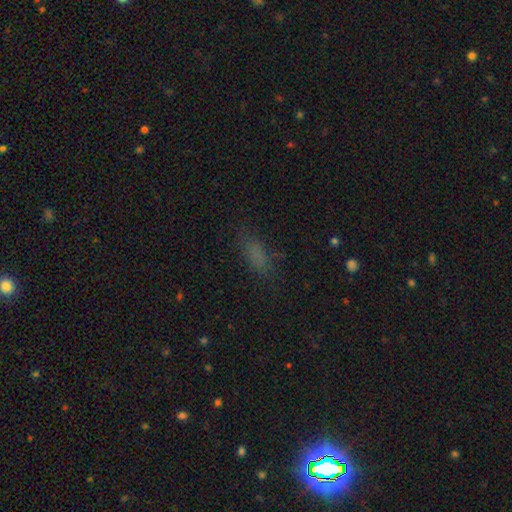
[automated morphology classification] This is likely a smooth galaxy (68%). How rounded: likely in between (66%). Merging: likely none (73%).